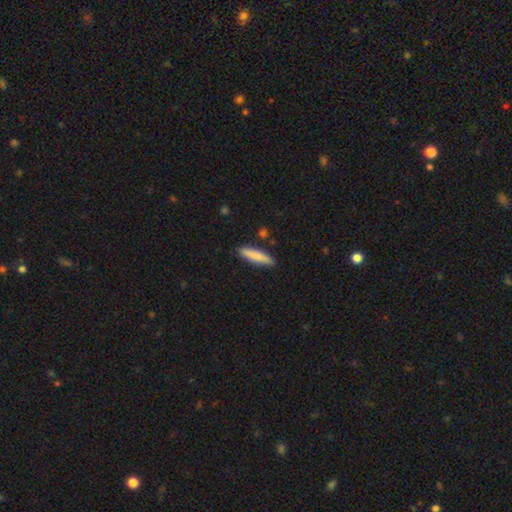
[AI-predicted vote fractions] A smooth galaxy with no disk features (80%) that is cigar-shaped (85%). Merging: none (87%).